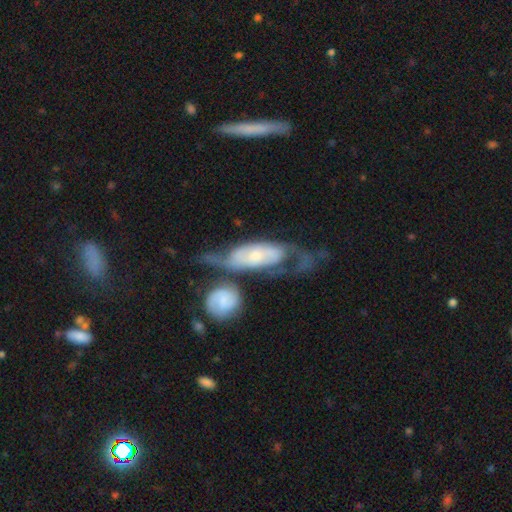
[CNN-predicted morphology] type=featured or disk (70%); edge-on=no (80%); bar=no (71%); spiral arms=yes (75%); bulge=small (51%); merging=none (28%, tied with merger).